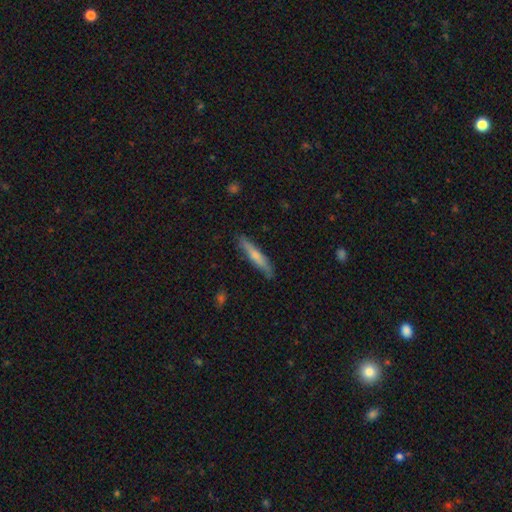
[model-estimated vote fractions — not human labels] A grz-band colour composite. It shows a smooth galaxy with no disk features (61%) that is cigar-shaped (92%). Merging: none (85%).